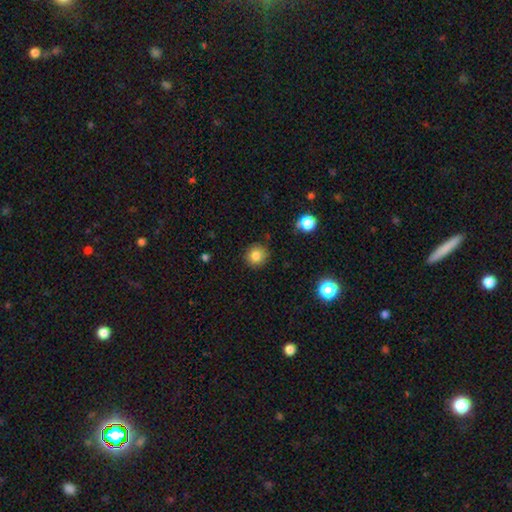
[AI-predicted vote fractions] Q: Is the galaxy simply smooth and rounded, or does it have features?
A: smooth — 82%.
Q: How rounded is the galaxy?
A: round — 91%.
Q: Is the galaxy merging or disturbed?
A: none — 87%.